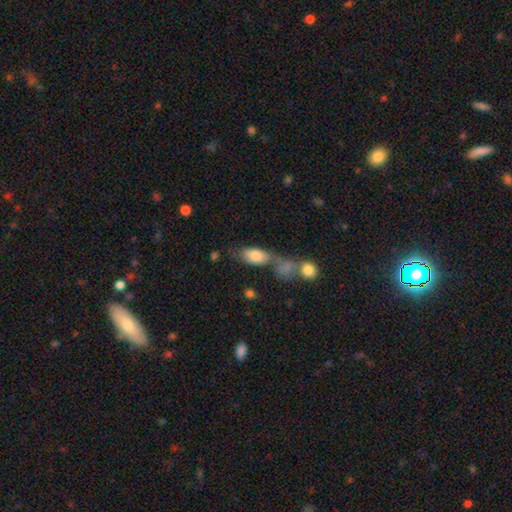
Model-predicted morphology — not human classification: This appears to be a smooth galaxy with no disk features (80%) that is in between round and cigar-shaped (88%). Merging: none (40%).